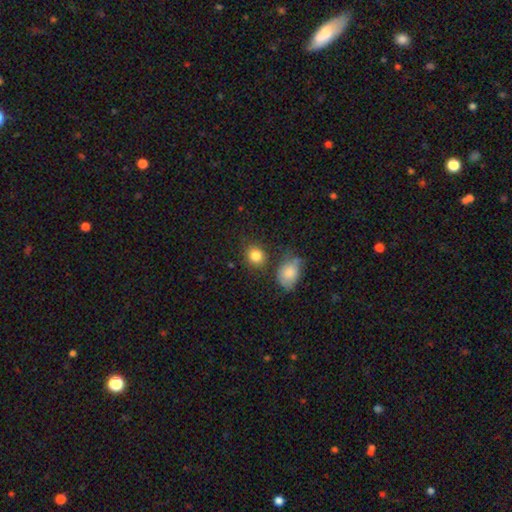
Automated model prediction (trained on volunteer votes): smooth_or_featured: smooth (p=0.84) [alt: star or artifact p=0.10]
how_rounded: round (p=0.67) [alt: in between p=0.32]
merging: none (p=0.73) [alt: minor disturbance p=0.13]